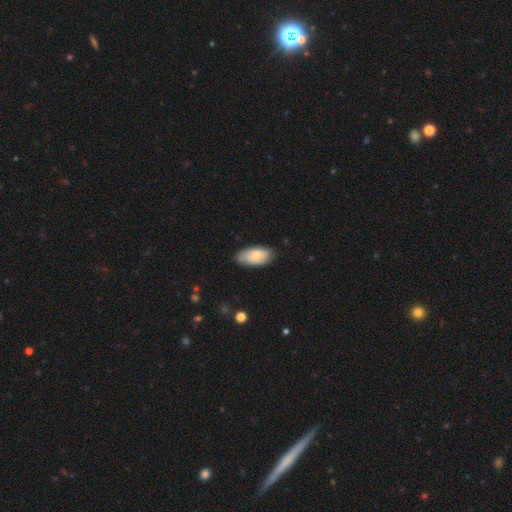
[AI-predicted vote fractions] smooth 76%, featured or disk 18%, star or artifact 6%. Down the decision tree: how rounded — in between (93%); merging — none (77%).